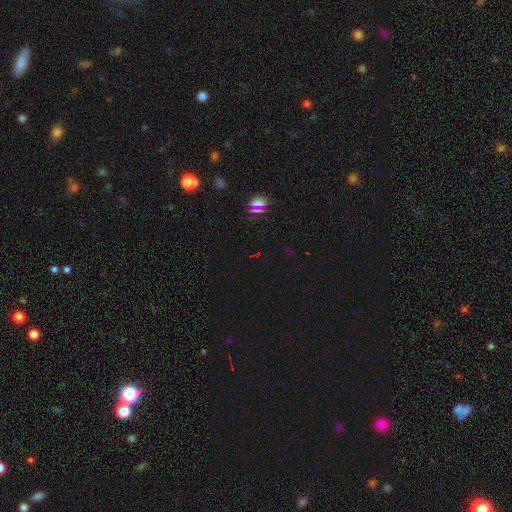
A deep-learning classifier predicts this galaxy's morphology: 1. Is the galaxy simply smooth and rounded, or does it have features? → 73% star or artifact, 19% smooth, 8% featured or disk.